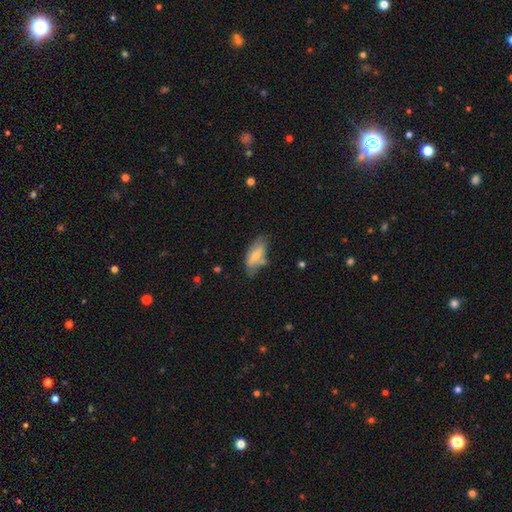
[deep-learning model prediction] Smooth or featured? smooth (53%)
How rounded? in between (79%)
Merging? none (56%)